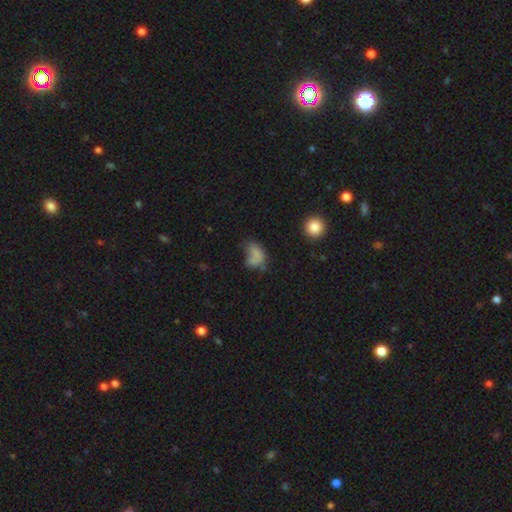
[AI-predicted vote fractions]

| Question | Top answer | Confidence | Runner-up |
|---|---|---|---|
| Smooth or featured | smooth | 69% | featured or disk (17%) |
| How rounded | in between | 80% | round (18%) |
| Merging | none | 32% | major disturbance (30%) |